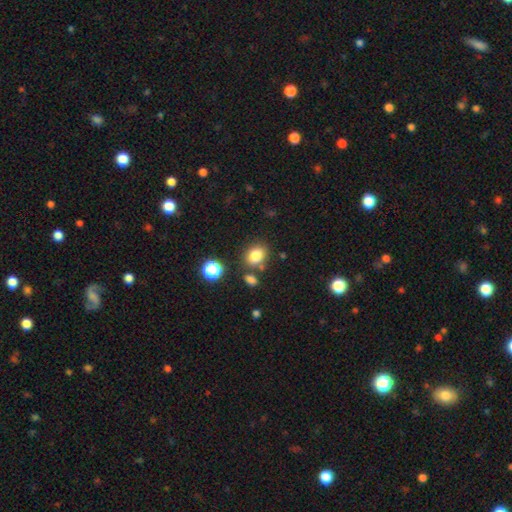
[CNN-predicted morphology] Overall: smooth (81%). How rounded: in between (51%; round 48%). Merging: none (72%).